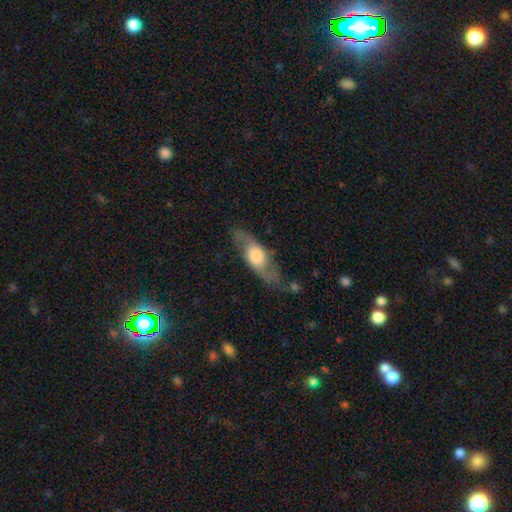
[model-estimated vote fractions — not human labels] Smooth or featured?
  - featured or disk: 56% *
  - smooth: 38%
  - star or artifact: 6%
Edge-on disk?
  - no: 63% *
  - yes: 37%
Merging?
  - none: 63% *
  - minor disturbance: 23%
  - major disturbance: 11%
  - merger: 3%